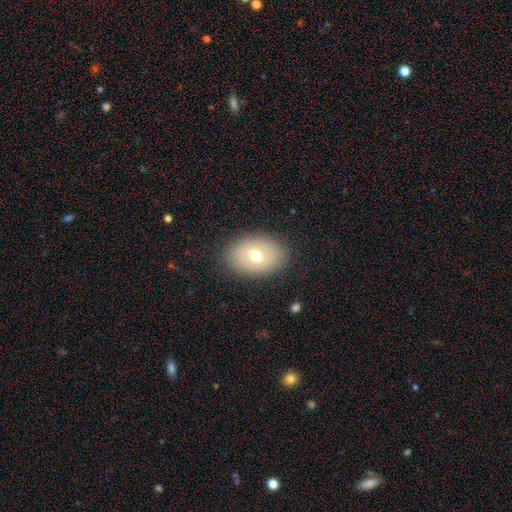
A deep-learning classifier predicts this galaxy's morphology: smooth-or-featured: smooth: 65% | featured or disk: 25% | star or artifact: 10%
  how-rounded: in between: 78% | round: 21% | cigar-shaped: 1%
  merging: none: 85% | minor disturbance: 10% | major disturbance: 3% | merger: 1%